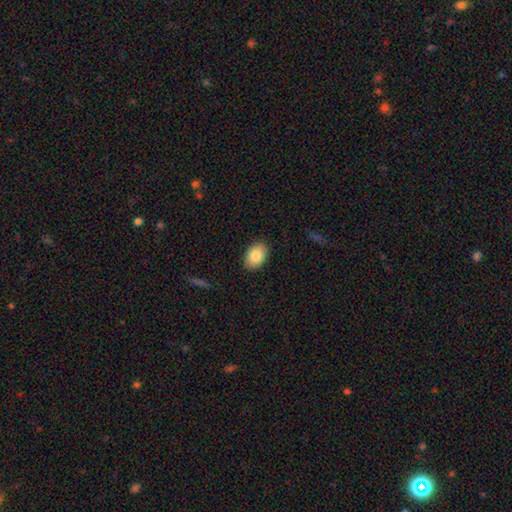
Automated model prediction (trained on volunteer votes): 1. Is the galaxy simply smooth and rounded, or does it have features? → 85% smooth, 8% featured or disk, 7% star or artifact.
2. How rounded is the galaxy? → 85% in between, 14% round, 1% cigar-shaped.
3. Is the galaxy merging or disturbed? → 89% none, 9% minor disturbance, 2% major disturbance, 1% merger.